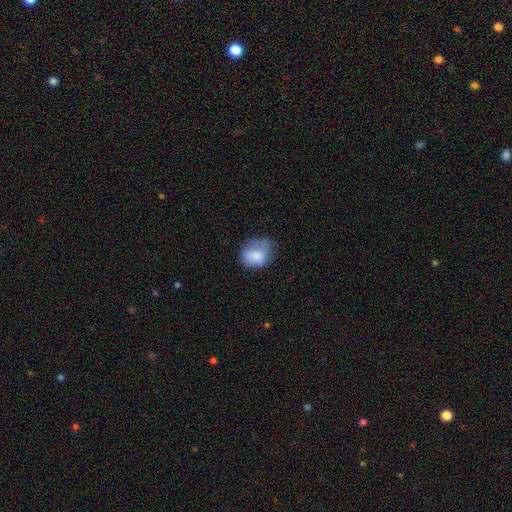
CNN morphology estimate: smooth 75%, featured or disk 17%, star or artifact 8%. Down the decision tree: how rounded — in between (55%); merging — none (42%).